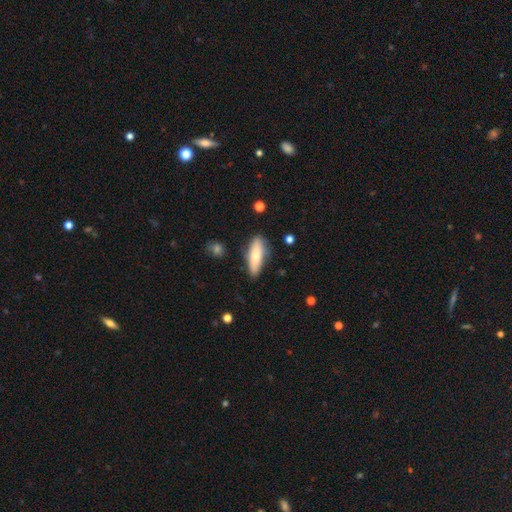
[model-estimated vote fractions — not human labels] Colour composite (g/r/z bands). It shows a smooth galaxy with no disk features (76%) that is in between round and cigar-shaped (53%). Merging: none (78%).